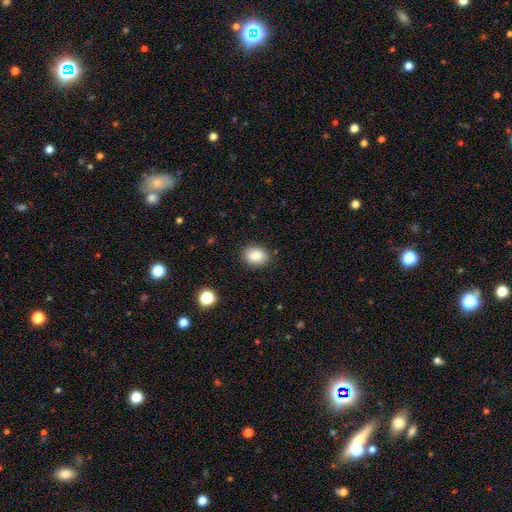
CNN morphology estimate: This appears to be a smooth galaxy with no disk features (86%) that is in between round and cigar-shaped (67%). Merging: none (87%).